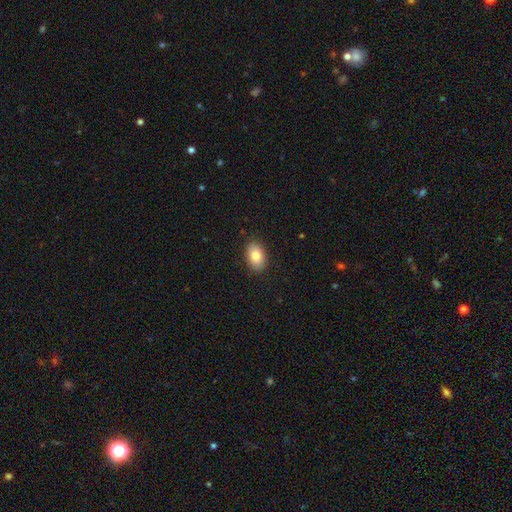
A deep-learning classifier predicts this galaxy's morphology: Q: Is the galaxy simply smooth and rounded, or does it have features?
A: smooth — 82%.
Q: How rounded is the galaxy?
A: in between — 89%.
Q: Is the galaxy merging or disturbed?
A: none — 88%.